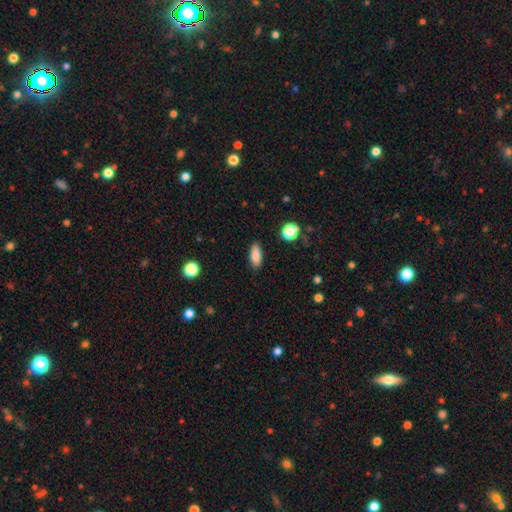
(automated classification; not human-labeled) Smooth or featured? Predicted: smooth (p=0.83). How rounded? Predicted: in between (p=0.75). Merging? Predicted: none (p=0.85).